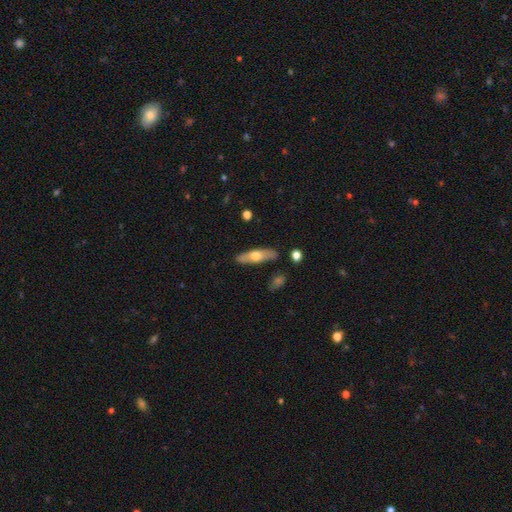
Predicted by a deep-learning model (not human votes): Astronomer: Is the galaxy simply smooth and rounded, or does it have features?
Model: smooth — 54% (runner-up: featured or disk, 40%).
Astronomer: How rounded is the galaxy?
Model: cigar-shaped — 58% (runner-up: in between, 40%).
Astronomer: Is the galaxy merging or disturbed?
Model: none — 84%.